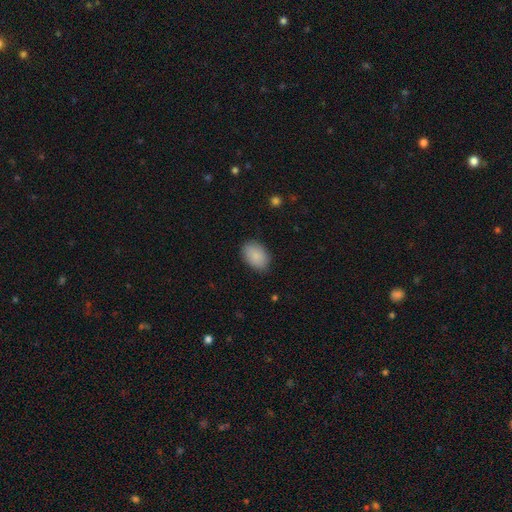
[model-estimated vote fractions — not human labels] Smooth or featured: smooth — 88% (star or artifact — 7%)
How rounded: in between — 84% (round — 15%)
Merging: none — 84% (minor disturbance — 12%)